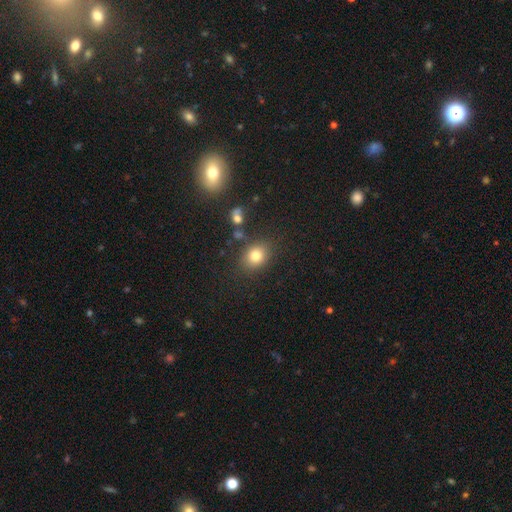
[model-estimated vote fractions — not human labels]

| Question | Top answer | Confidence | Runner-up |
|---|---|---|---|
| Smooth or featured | smooth | 80% | star or artifact (13%) |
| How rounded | round | 56% | in between (43%) |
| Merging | none | 79% | minor disturbance (12%) |